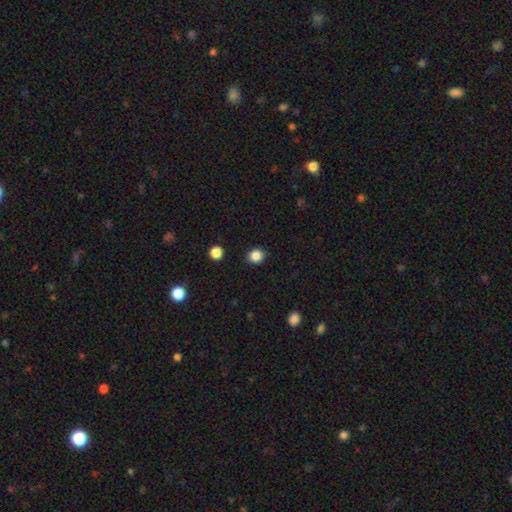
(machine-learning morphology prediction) smooth_or_featured: smooth (p=0.86) [alt: star or artifact p=0.11]
how_rounded: round (p=0.85) [alt: in between p=0.14]
merging: none (p=0.91) [alt: minor disturbance p=0.06]